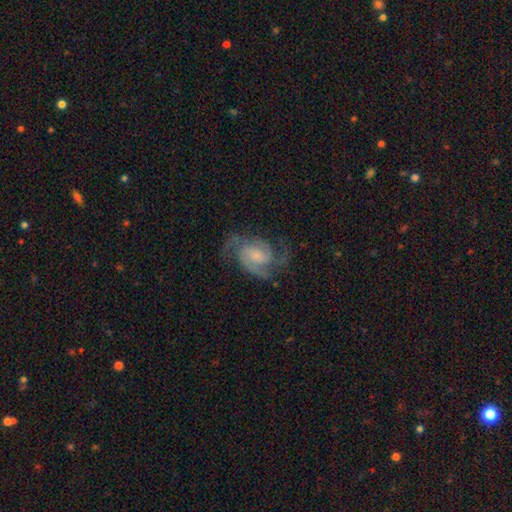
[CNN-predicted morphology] The model was most divided on "bulge size": small: 30%, moderate: 29%, none: 24%, large: 15%, dominant: 2%. More confident: edge-on disk — no (98%); spiral arms — yes (98%); smooth or featured — featured or disk (88%); merging — none (70%); spiral arm count — 2 (64%); spiral winding — medium (54%); bar — no (52%).